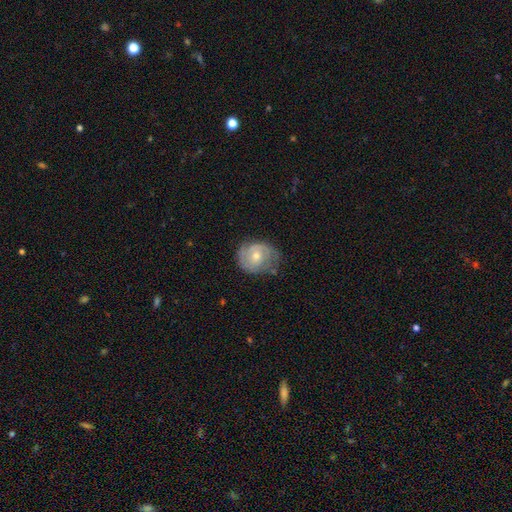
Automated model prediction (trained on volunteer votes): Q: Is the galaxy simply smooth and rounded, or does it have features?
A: featured or disk — 65%.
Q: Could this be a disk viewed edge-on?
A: no — 97%.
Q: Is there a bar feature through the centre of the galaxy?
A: no — 67%.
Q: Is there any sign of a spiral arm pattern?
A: yes — 85%.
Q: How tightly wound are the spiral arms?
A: tight — 54%.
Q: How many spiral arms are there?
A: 2 — 59%.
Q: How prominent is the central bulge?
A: moderate — 54%.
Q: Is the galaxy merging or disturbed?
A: none — 62%.